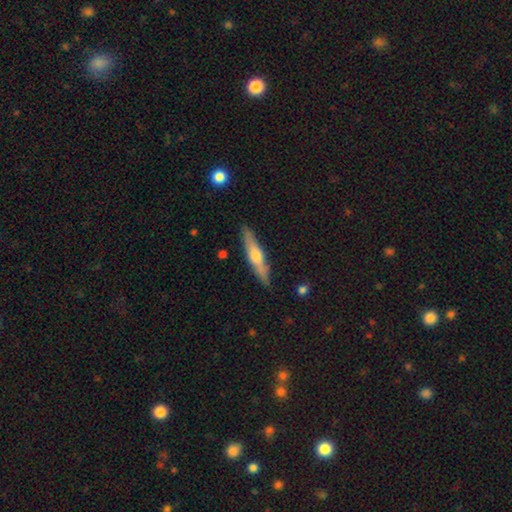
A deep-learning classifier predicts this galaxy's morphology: smooth-or-featured: featured or disk: 54% | smooth: 41% | star or artifact: 6%
  disk-edge-on: yes: 93% | no: 7%
  merging: none: 88% | minor disturbance: 9% | major disturbance: 2% | merger: 2%